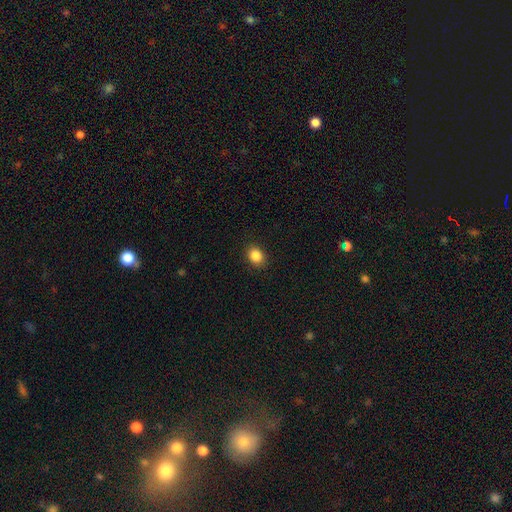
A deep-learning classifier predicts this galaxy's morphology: Smooth or featured?
  - smooth: 86% *
  - star or artifact: 10%
  - featured or disk: 4%
How rounded?
  - in between: 50% *
  - round: 49%
  - cigar-shaped: 1%
Merging?
  - none: 89% *
  - minor disturbance: 8%
  - major disturbance: 2%
  - merger: 1%